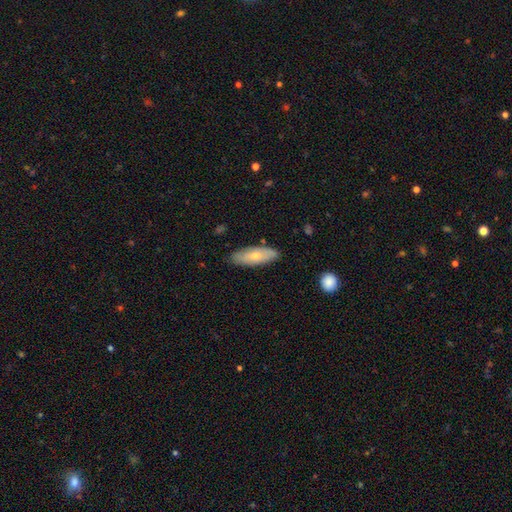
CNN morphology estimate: Smooth or featured? Predicted: smooth (p=0.68). How rounded? Predicted: in between (p=0.64). Merging? Predicted: none (p=0.84).